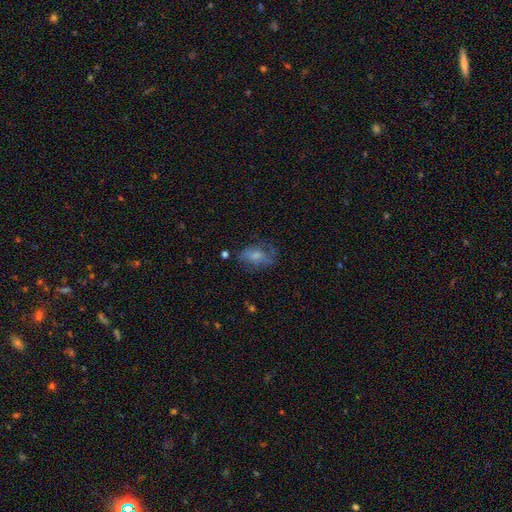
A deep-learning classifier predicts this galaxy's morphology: Smooth or featured: smooth — 54% (featured or disk — 37%)
How rounded: in between — 83% (round — 13%)
Merging: none — 53% (minor disturbance — 25%)